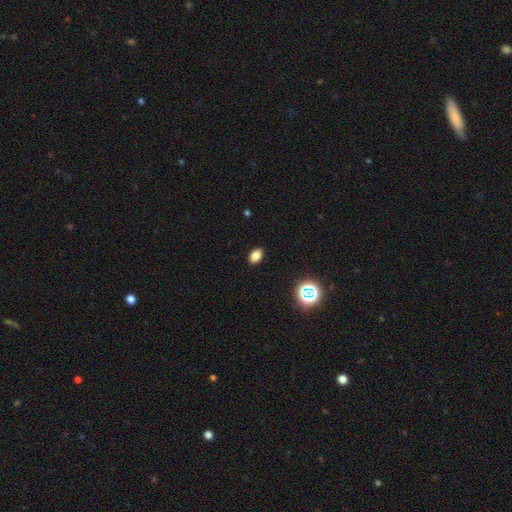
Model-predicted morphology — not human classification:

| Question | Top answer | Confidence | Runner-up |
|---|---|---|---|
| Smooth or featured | smooth | 80% | star or artifact (15%) |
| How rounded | in between | 85% | round (13%) |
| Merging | none | 89% | minor disturbance (7%) |